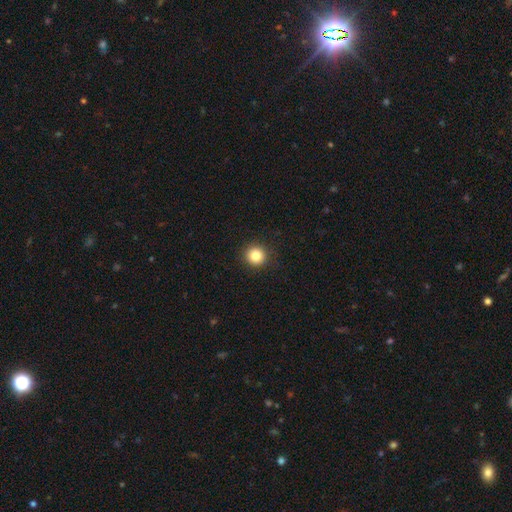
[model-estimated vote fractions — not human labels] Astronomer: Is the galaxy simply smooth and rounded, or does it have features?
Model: smooth — 84%.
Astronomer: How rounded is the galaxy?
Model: round — 93%.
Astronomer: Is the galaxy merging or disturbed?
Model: none — 92%.